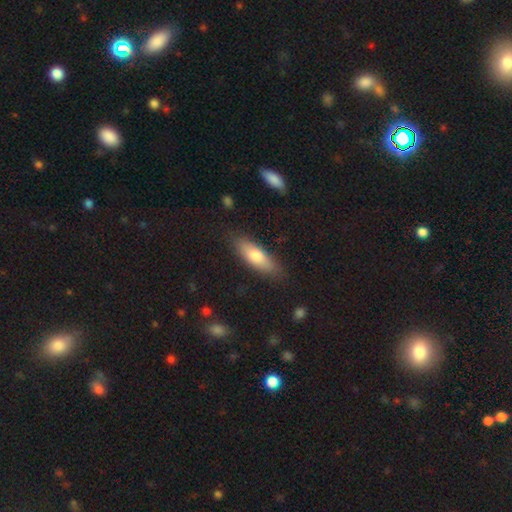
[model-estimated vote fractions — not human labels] The model was most divided on "how rounded": in between: 54%, cigar-shaped: 44%, round: 2%. More confident: merging — none (83%); smooth or featured — smooth (74%).